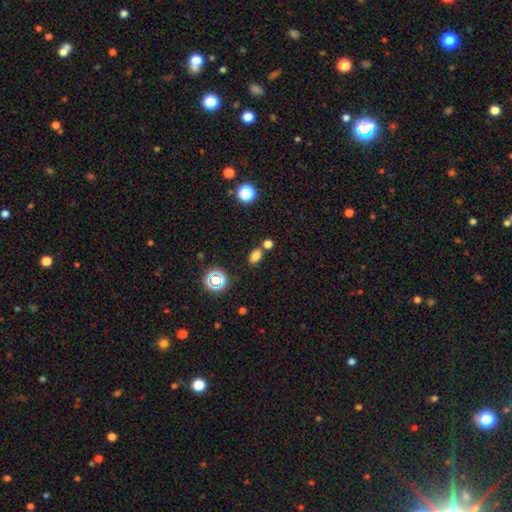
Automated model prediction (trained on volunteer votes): Smooth or featured? smooth (74%)
How rounded? in between (79%)
Merging? none (68%)